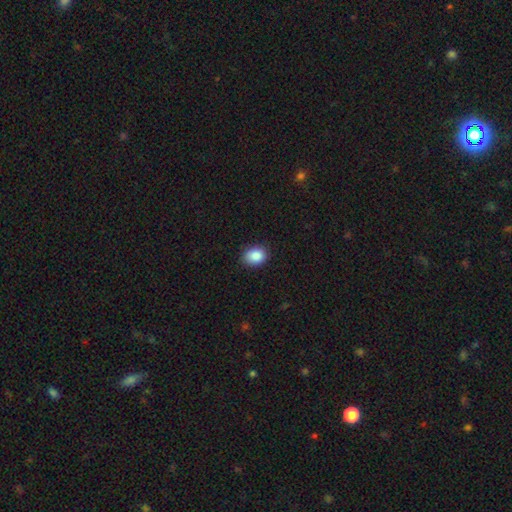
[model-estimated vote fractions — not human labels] Smooth or featured?
  - smooth: 87% *
  - star or artifact: 8%
  - featured or disk: 4%
How rounded?
  - in between: 56% *
  - round: 43%
  - cigar-shaped: 1%
Merging?
  - none: 87% *
  - minor disturbance: 10%
  - major disturbance: 2%
  - merger: 1%